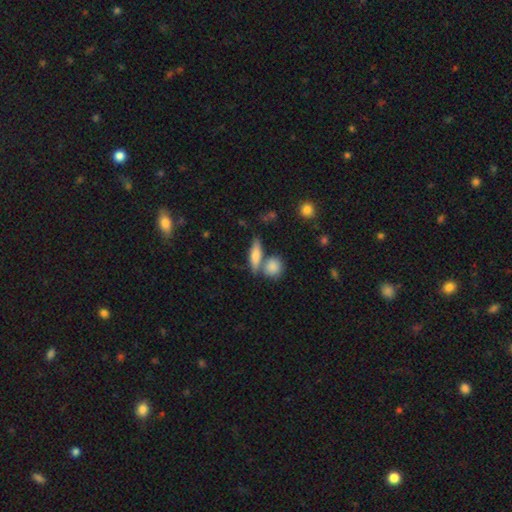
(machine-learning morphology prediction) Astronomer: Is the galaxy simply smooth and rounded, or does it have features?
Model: smooth — 70%.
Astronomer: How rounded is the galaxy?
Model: cigar-shaped — 49% (runner-up: in between, 42%).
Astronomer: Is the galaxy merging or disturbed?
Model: none — 58%.